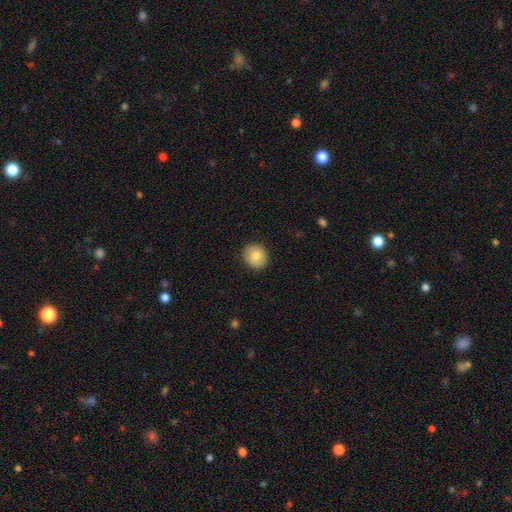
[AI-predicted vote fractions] smooth-or-featured: smooth: 81% | featured or disk: 11% | star or artifact: 8%
  how-rounded: round: 75% | in between: 24% | cigar-shaped: 1%
  merging: none: 90% | minor disturbance: 7% | major disturbance: 2% | merger: 1%